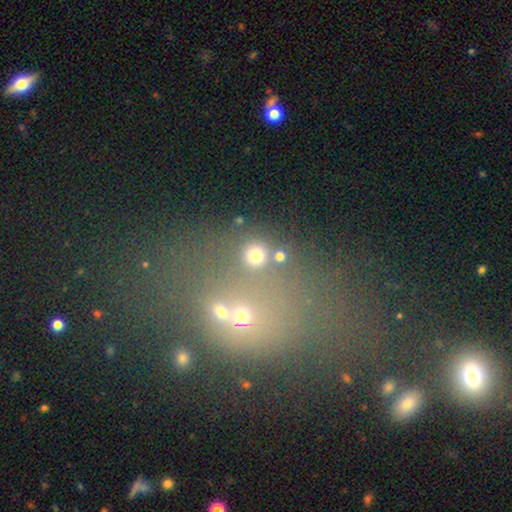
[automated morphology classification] This appears to be a smooth galaxy with no disk features (73%) that is round (90%). Merging: none (70%).